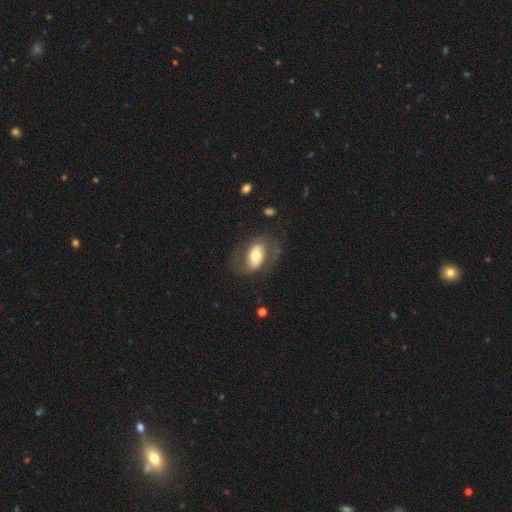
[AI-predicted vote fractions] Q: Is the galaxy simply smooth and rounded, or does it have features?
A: featured or disk — 65%.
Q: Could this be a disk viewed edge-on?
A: no — 95%.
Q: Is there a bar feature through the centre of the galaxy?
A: no — 38%.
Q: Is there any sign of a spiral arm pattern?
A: yes — 76%.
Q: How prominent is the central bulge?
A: moderate — 66%.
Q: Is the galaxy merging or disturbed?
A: none — 67%.